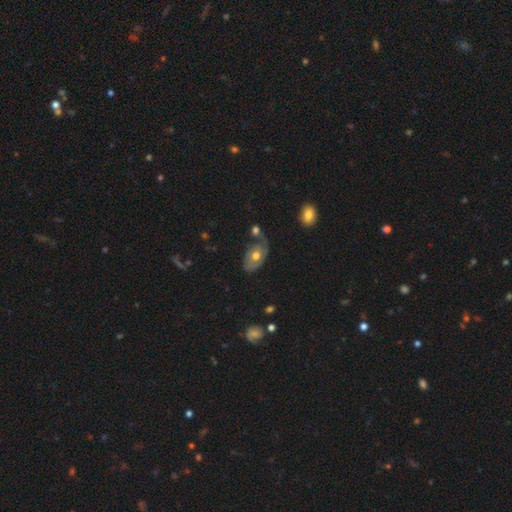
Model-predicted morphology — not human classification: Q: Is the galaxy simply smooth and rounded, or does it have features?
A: featured or disk — 51%.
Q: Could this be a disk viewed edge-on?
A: no — 93%.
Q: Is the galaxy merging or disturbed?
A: none — 42%.